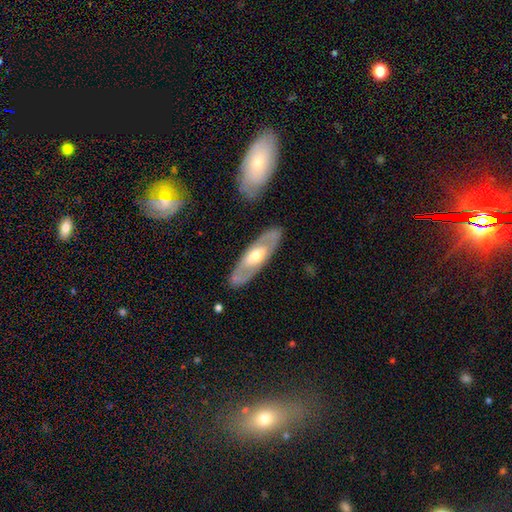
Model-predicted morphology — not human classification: type=featured or disk (62%); edge-on=no (74%); merging=none (86%).